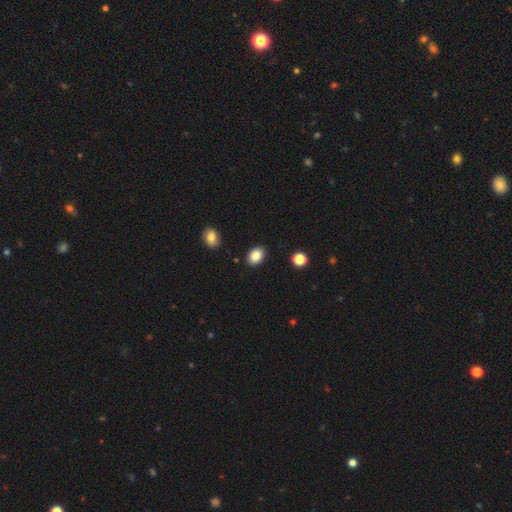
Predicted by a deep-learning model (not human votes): The model was most divided on "how rounded": in between: 79%, round: 20%, cigar-shaped: 1%. More confident: merging — none (88%); smooth or featured — smooth (86%).